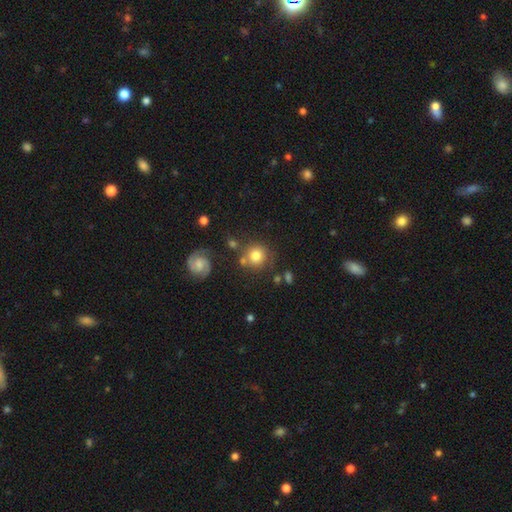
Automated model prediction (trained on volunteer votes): Morphology: type=smooth (75%); roundness=round (91%); merging=none (71%).